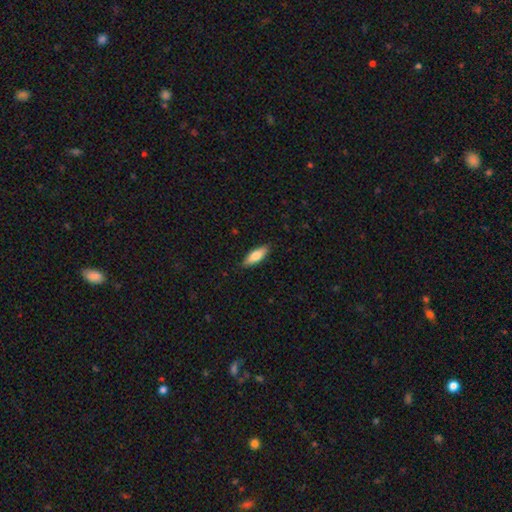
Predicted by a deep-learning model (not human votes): This is likely a smooth galaxy (79%). How rounded: likely in between (66%). Merging: clearly none (85%).